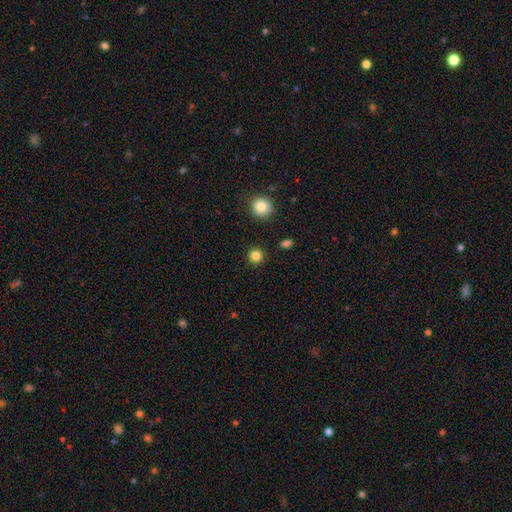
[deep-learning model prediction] Smooth or featured: smooth — 83% (star or artifact — 13%)
How rounded: round — 94% (in between — 5%)
Merging: none — 91% (minor disturbance — 5%)